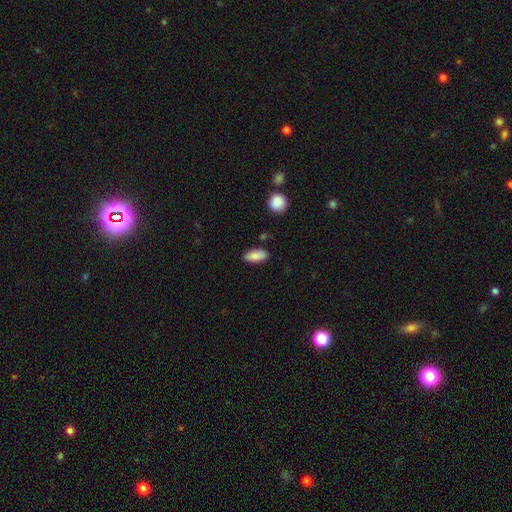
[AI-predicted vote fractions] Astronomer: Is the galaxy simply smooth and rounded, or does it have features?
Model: smooth — 88%.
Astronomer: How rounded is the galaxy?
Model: in between — 86%.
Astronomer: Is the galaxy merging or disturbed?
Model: none — 86%.